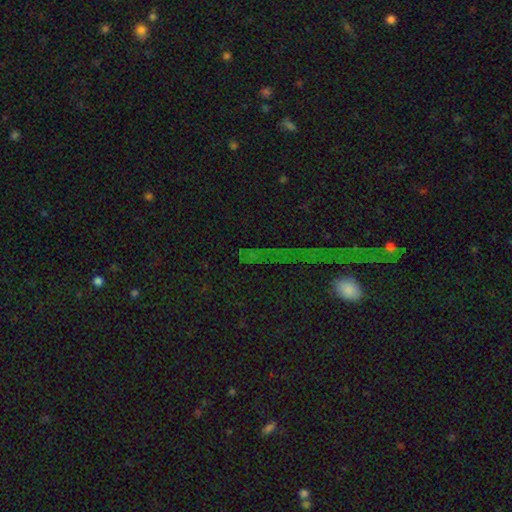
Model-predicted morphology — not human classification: A star or artifact, not a galaxy (76%).